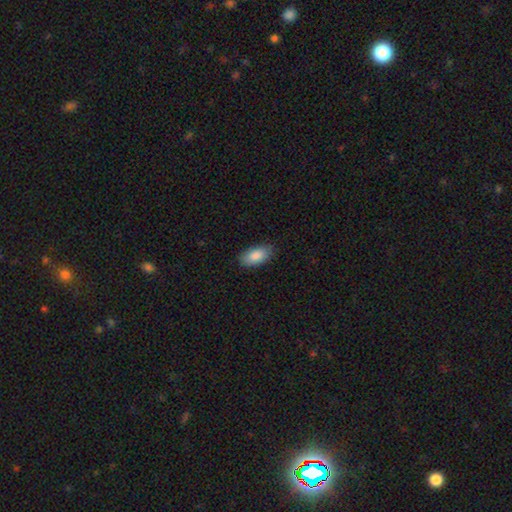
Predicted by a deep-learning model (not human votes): smooth 88%, featured or disk 6%, star or artifact 6%. Down the decision tree: how rounded — in between (93%); merging — none (86%).